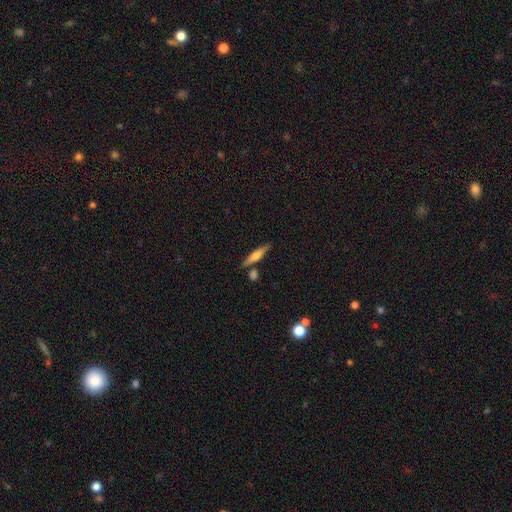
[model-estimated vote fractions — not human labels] Smooth or featured? featured or disk (51%)
Edge-on disk? yes (95%)
Merging? none (79%)